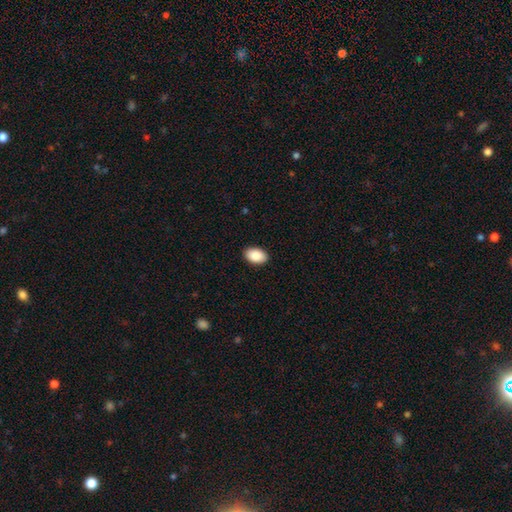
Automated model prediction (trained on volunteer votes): smooth 90%, star or artifact 7%, featured or disk 4%. Down the decision tree: how rounded — in between (90%); merging — none (90%).